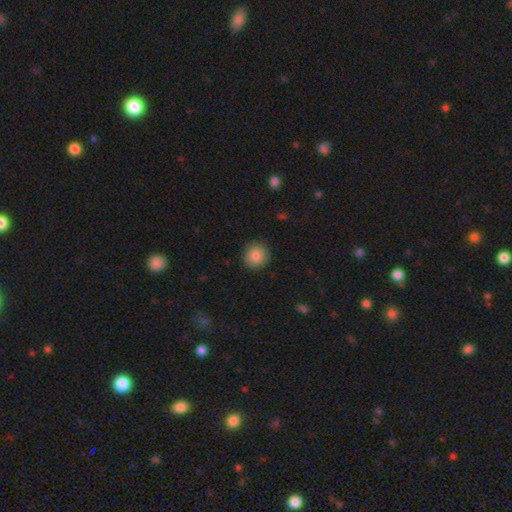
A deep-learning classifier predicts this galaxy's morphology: Smooth or featured: smooth — 87% (star or artifact — 8%)
How rounded: round — 92% (in between — 7%)
Merging: none — 90% (minor disturbance — 8%)